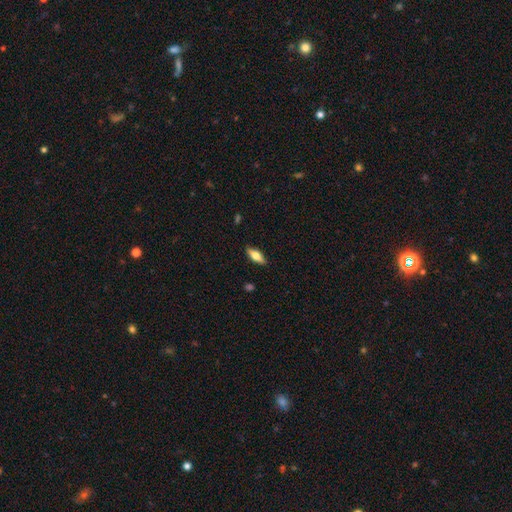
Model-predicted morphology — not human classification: smooth 62%, featured or disk 31%, star or artifact 7%. Down the decision tree: how rounded — in between (71%); merging — none (87%).